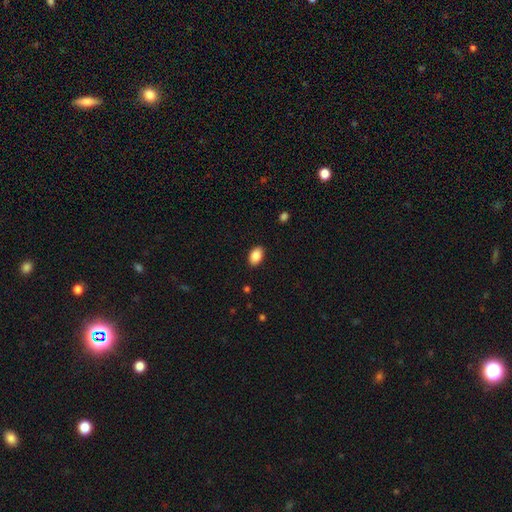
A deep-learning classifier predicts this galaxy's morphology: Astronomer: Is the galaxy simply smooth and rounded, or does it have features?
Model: smooth — 87%.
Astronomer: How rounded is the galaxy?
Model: in between — 90%.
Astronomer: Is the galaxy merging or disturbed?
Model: none — 89%.